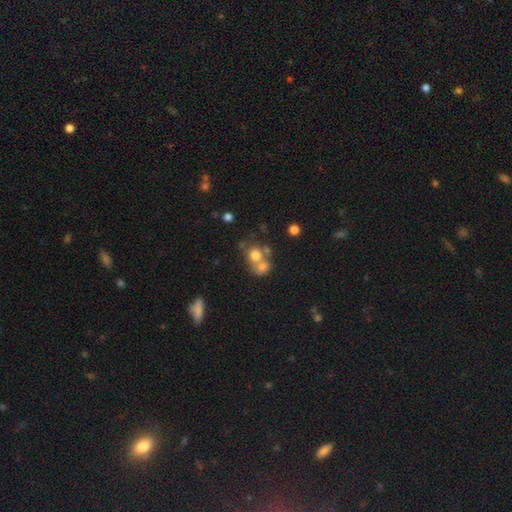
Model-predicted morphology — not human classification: A smooth galaxy with no disk features (70%) that is round (74%). Merging: merger (57%).